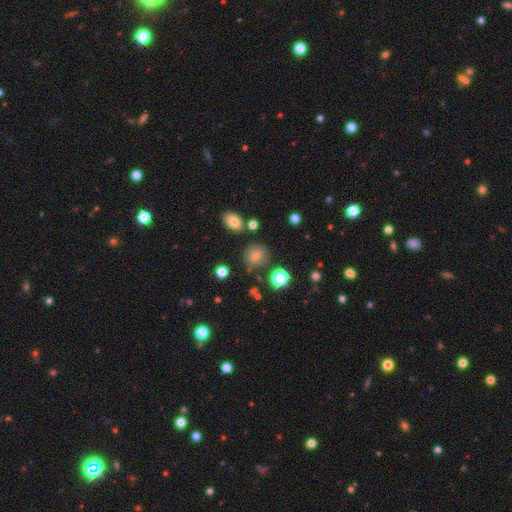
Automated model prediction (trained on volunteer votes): smooth 69%, star or artifact 17%, featured or disk 13%. Down the decision tree: how rounded — round (85%); merging — none (80%).